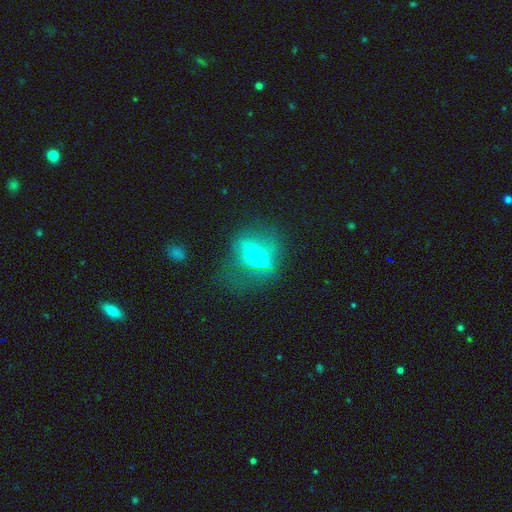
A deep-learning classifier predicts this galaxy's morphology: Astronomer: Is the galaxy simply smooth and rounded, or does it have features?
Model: smooth — 54% (runner-up: featured or disk, 31%).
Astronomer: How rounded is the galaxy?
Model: round — 48%, tied with in between at 48%.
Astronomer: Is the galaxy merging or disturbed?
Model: none — 56%.